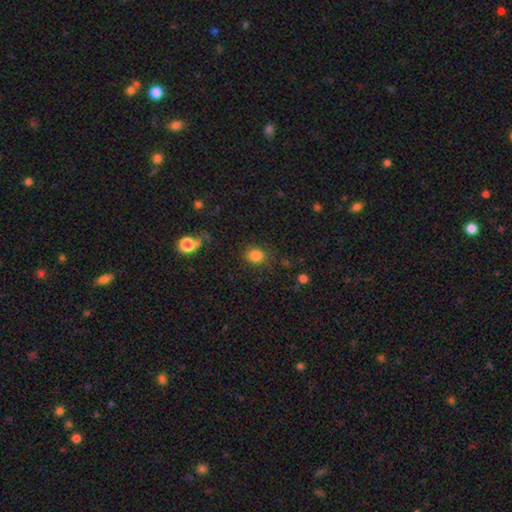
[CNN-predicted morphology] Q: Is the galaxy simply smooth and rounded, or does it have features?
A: smooth — 83%.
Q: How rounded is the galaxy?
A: round — 56%.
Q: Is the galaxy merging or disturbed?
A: none — 79%.